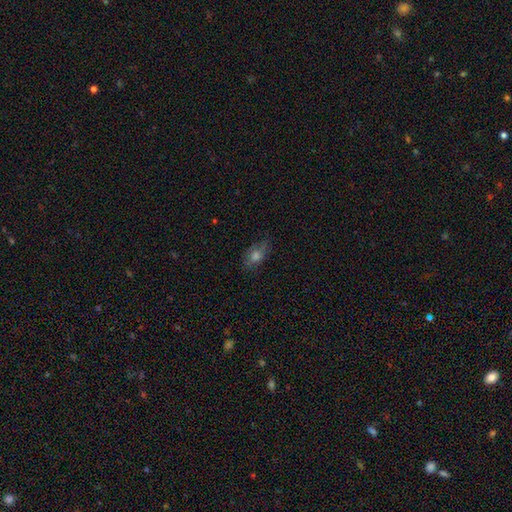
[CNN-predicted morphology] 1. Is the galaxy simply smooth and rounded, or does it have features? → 56% smooth, 26% featured or disk, 18% star or artifact.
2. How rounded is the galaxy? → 78% in between, 15% round, 7% cigar-shaped.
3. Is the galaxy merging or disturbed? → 75% none, 19% minor disturbance, 5% major disturbance, 1% merger.